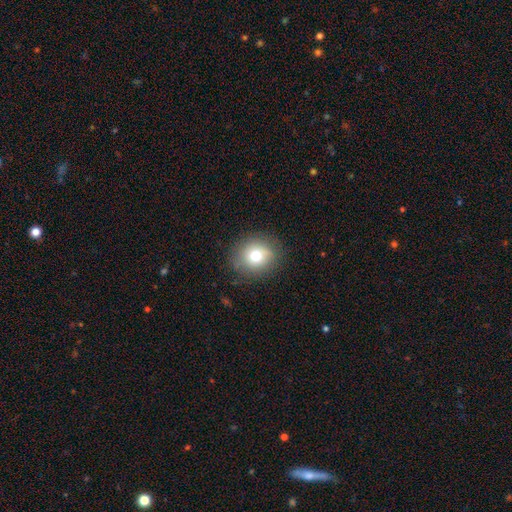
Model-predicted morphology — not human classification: Q: Smooth or featured?
A: smooth (74%); runner-up: featured or disk (15%)
Q: How rounded?
A: round (77%); runner-up: in between (22%)
Q: Merging?
A: none (83%); runner-up: minor disturbance (12%)